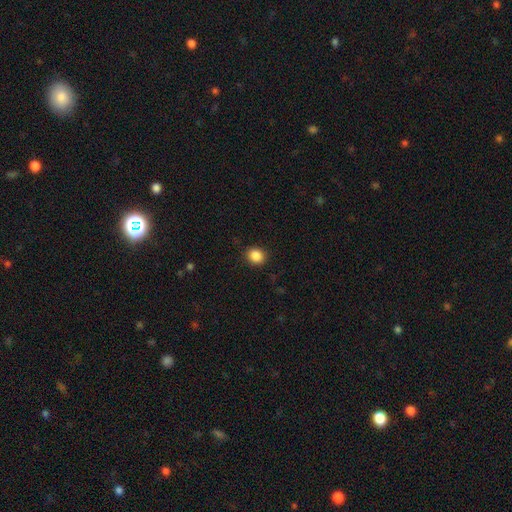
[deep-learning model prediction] Smooth or featured? smooth (87%)
How rounded? round (76%)
Merging? none (89%)